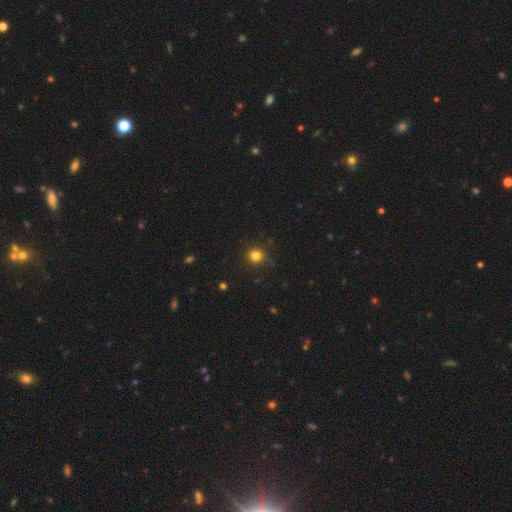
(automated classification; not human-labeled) smooth 80%, star or artifact 15%, featured or disk 5%. Down the decision tree: how rounded — round (92%); merging — none (84%).